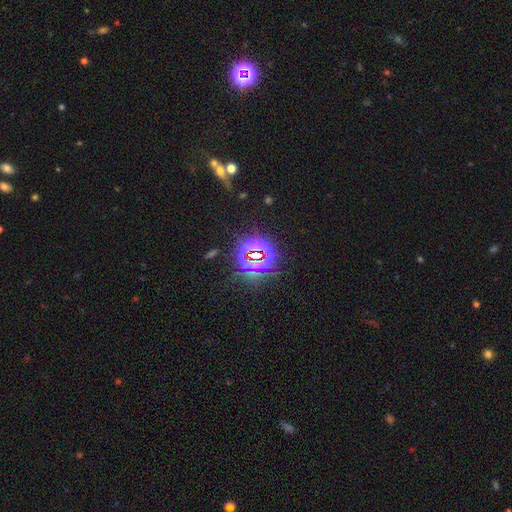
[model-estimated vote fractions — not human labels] Smooth or featured? Predicted: star or artifact (p=0.80).